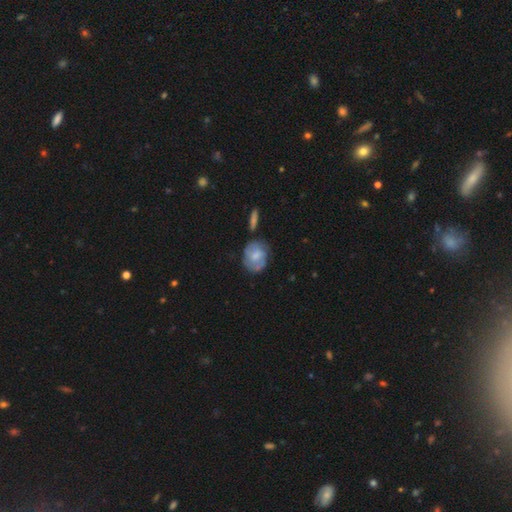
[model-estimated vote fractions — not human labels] smooth-or-featured: featured or disk: 56% | smooth: 37% | star or artifact: 6%
  disk-edge-on: no: 97% | yes: 3%
    bar: no: 59% | weak: 36% | strong: 5%
    has-spiral-arms: yes: 80% | no: 20%
    bulge-size: small: 45% | moderate: 41% | none: 9% | large: 4% | dominant: 1%
  merging: none: 64% | minor disturbance: 22% | major disturbance: 8% | merger: 6%